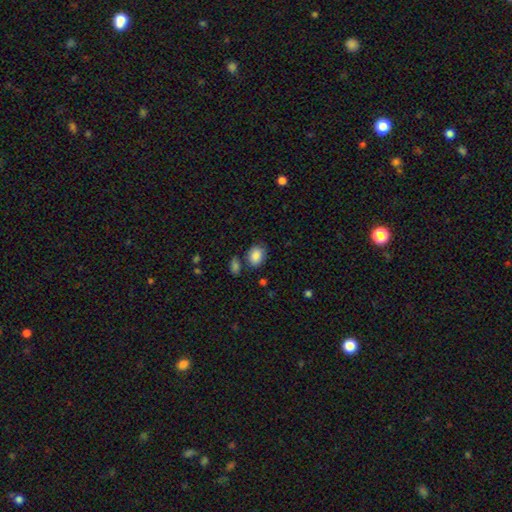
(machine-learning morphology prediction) Overall: smooth (86%). How rounded: in between (71%). Merging: none (68%).